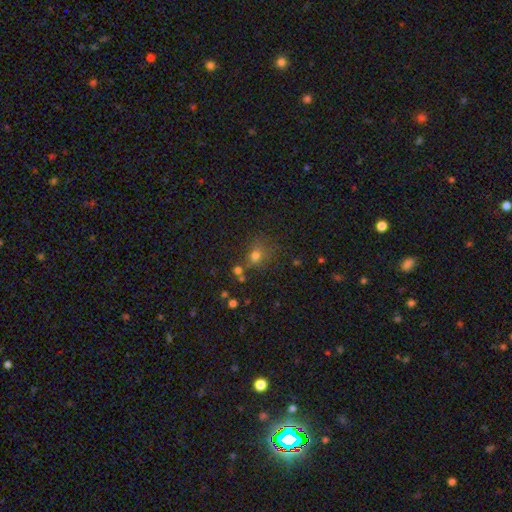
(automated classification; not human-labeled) Smooth or featured?
  - smooth: 67% *
  - star or artifact: 23%
  - featured or disk: 10%
How rounded?
  - round: 70% *
  - in between: 28%
  - cigar-shaped: 1%
Merging?
  - none: 59% *
  - merger: 17%
  - minor disturbance: 16%
  - major disturbance: 8%